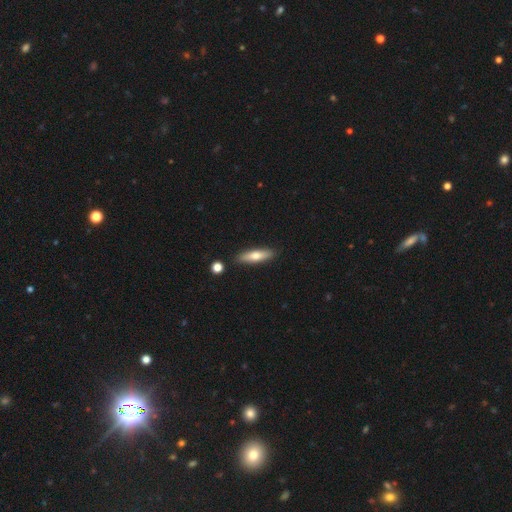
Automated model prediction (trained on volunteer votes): This is likely a smooth galaxy (65%). How rounded: likely cigar-shaped (68%). Merging: clearly none (87%).